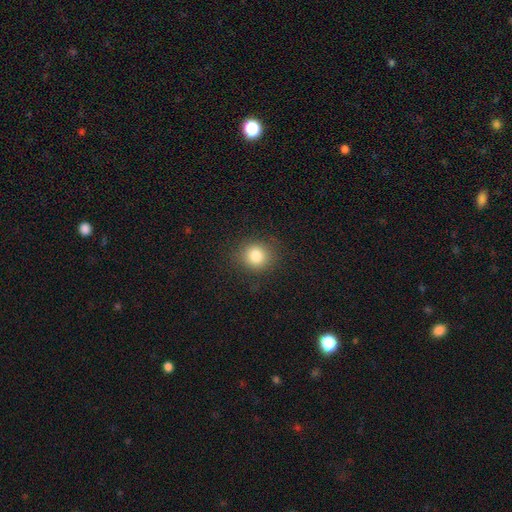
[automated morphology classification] smooth-or-featured: smooth: 83% | star or artifact: 11% | featured or disk: 6%
  how-rounded: round: 84% | in between: 15% | cigar-shaped: 1%
  merging: none: 86% | minor disturbance: 10% | major disturbance: 4% | merger: 1%